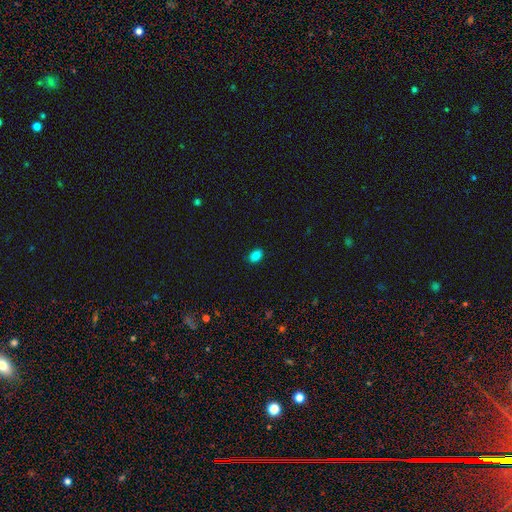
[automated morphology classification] Smooth or featured? smooth (86%)
How rounded? in between (84%)
Merging? none (87%)